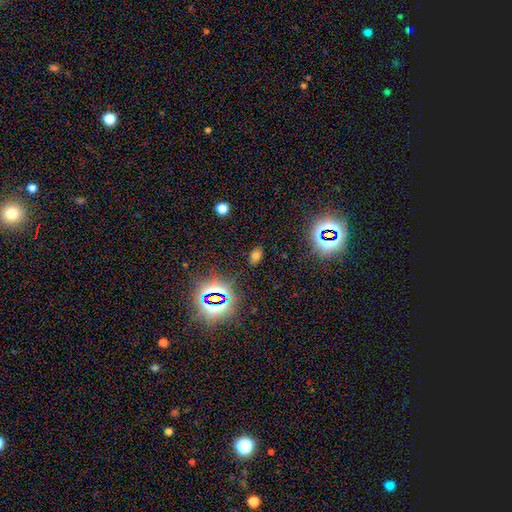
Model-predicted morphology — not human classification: smooth_or_featured: smooth (p=0.57) [alt: star or artifact p=0.35]
how_rounded: in between (p=0.84) [alt: round p=0.13]
merging: none (p=0.83) [alt: minor disturbance p=0.11]